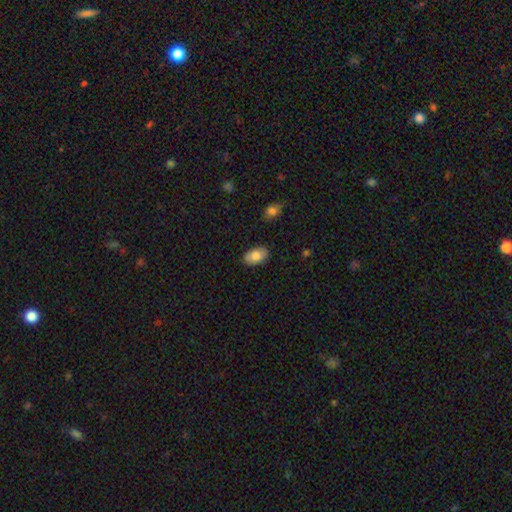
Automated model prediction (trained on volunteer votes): Smooth or featured: smooth — 81% (featured or disk — 12%)
How rounded: in between — 93% (round — 6%)
Merging: none — 87% (minor disturbance — 10%)